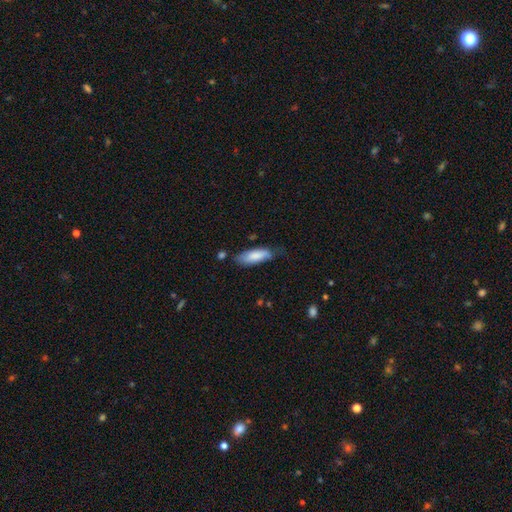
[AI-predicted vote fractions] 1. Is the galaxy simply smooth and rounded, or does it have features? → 80% smooth, 14% featured or disk, 6% star or artifact.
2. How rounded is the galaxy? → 67% in between, 32% cigar-shaped, 2% round.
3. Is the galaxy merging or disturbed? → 55% none, 33% minor disturbance, 8% major disturbance, 4% merger.